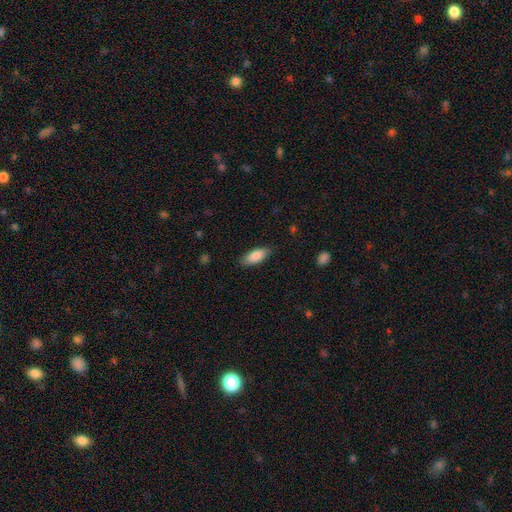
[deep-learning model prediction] Smooth or featured?
  - smooth: 85% *
  - featured or disk: 9%
  - star or artifact: 6%
How rounded?
  - in between: 80% *
  - cigar-shaped: 19%
  - round: 2%
Merging?
  - none: 85% *
  - minor disturbance: 12%
  - major disturbance: 2%
  - merger: 1%